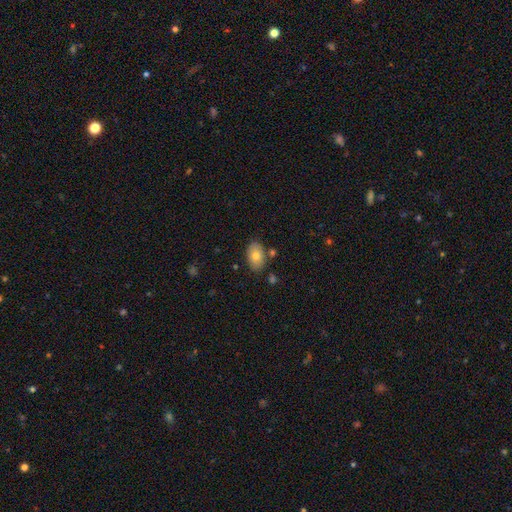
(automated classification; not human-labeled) smooth-or-featured: smooth: 78% | featured or disk: 15% | star or artifact: 7%
  how-rounded: in between: 90% | round: 9% | cigar-shaped: 1%
  merging: none: 80% | minor disturbance: 13% | merger: 5% | major disturbance: 3%